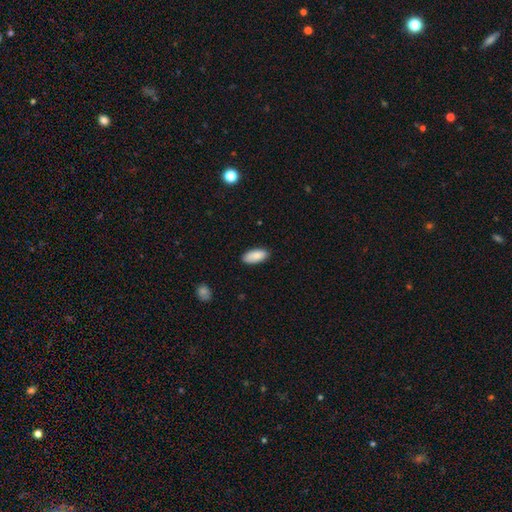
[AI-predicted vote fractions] Smooth or featured: smooth — 86% (featured or disk — 8%)
How rounded: in between — 91% (cigar-shaped — 7%)
Merging: none — 86% (minor disturbance — 11%)